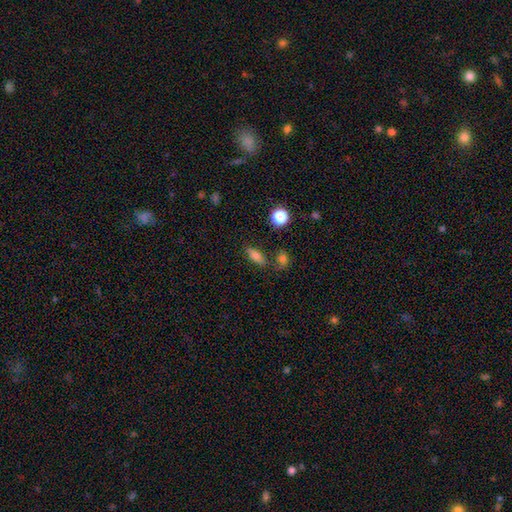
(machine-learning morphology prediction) Smooth or featured? Predicted: smooth (p=0.72). How rounded? Predicted: in between (p=0.71). Merging? Predicted: none (p=0.74).